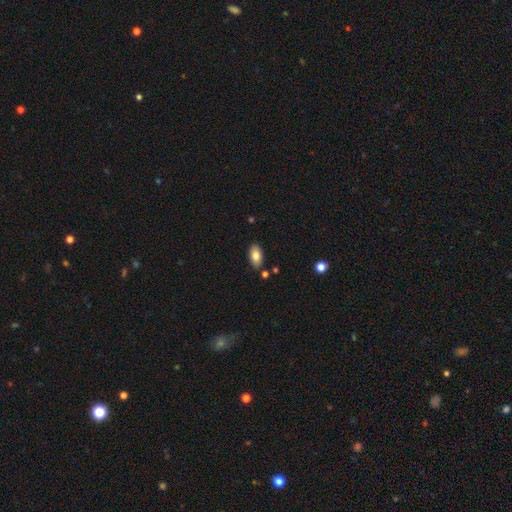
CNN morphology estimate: Smooth or featured: smooth — 82% (featured or disk — 11%)
How rounded: in between — 93% (round — 4%)
Merging: none — 84% (minor disturbance — 10%)